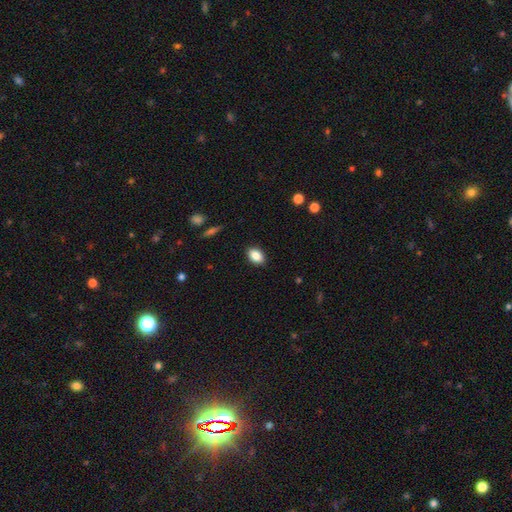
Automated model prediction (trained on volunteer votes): A smooth galaxy with no disk features (86%) that is in between round and cigar-shaped (84%). Merging: none (89%).